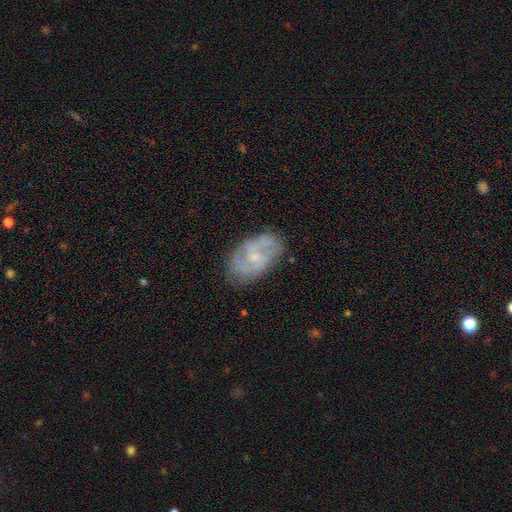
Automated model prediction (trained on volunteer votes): smooth-or-featured: featured or disk: 73% | smooth: 20% | star or artifact: 7%
  disk-edge-on: no: 97% | yes: 3%
    bar: no: 56% | weak: 38% | strong: 6%
    has-spiral-arms: yes: 87% | no: 13%
      spiral-winding: medium: 46% | tight: 37% | loose: 18%
      spiral-arm-count: 2: 52% | can't tell: 25% | 3: 14% | 4: 4% | 1: 3% | more than 4: 3%
    bulge-size: small: 65% | moderate: 25% | none: 7% | large: 1% | dominant: 1%
  merging: none: 72% | minor disturbance: 20% | major disturbance: 6% | merger: 2%